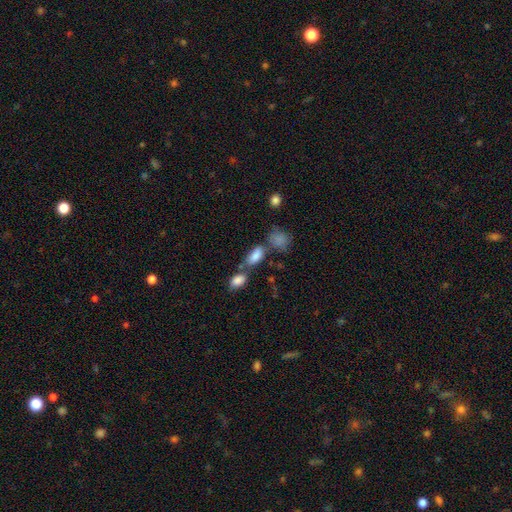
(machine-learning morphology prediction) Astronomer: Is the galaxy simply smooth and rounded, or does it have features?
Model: smooth — 81%.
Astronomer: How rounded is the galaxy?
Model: in between — 86%.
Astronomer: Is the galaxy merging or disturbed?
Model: none — 45% (runner-up: merger, 36%).